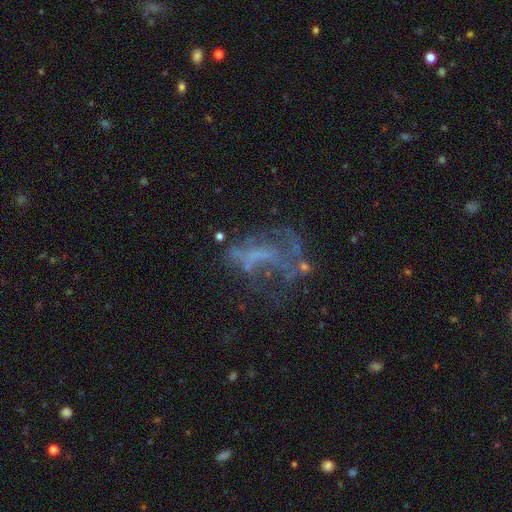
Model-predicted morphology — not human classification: Overall: featured or disk (60%; star or artifact 22%). Edge-on disk: no (96%). Bar: no (72%). Spiral arms: no (74%). Bulge size: none (74%). Merging: major disturbance (39%; none 36%).